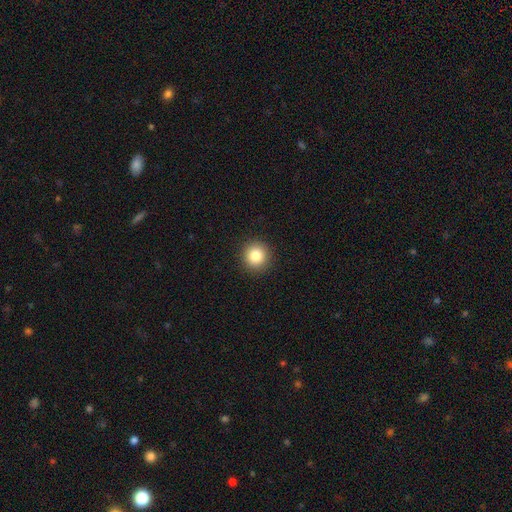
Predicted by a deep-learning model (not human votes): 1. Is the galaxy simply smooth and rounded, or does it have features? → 84% smooth, 10% star or artifact, 6% featured or disk.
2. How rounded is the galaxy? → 94% round, 5% in between, 1% cigar-shaped.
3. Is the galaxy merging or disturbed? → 92% none, 5% minor disturbance, 2% major disturbance, 1% merger.